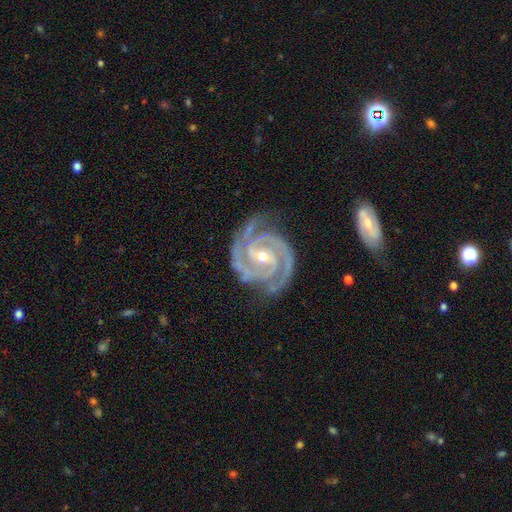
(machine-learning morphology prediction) The model was most divided on "bar": weak: 35%, strong: 33%, no: 32%. More confident: spiral arms — yes (99%); edge-on disk — no (98%); smooth or featured — featured or disk (94%); merging — none (77%); spiral winding — tight (76%); spiral arm count — 2 (62%); bulge size — small (55%).